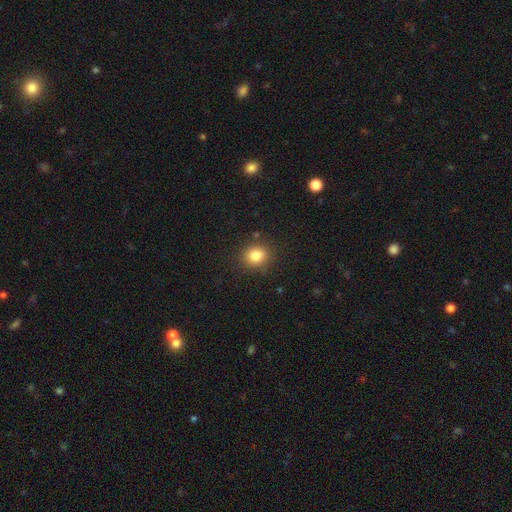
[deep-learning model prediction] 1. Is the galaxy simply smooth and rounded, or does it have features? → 83% smooth, 11% star or artifact, 6% featured or disk.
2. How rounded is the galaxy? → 69% round, 30% in between, 1% cigar-shaped.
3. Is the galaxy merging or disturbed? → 87% none, 9% minor disturbance, 3% major disturbance, 2% merger.